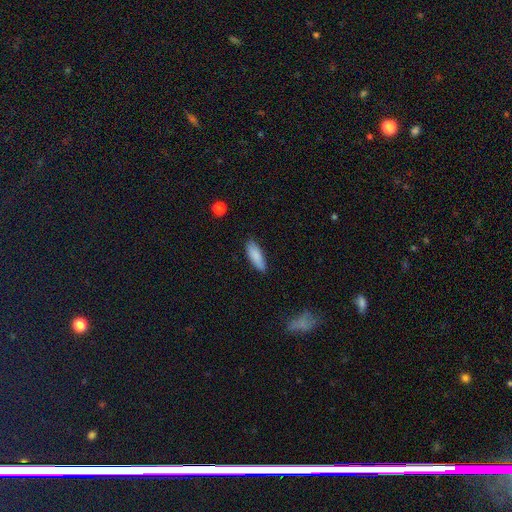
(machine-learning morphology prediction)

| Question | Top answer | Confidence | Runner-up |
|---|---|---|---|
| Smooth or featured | smooth | 87% | featured or disk (7%) |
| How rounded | in between | 60% | cigar-shaped (38%) |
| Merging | none | 83% | minor disturbance (14%) |